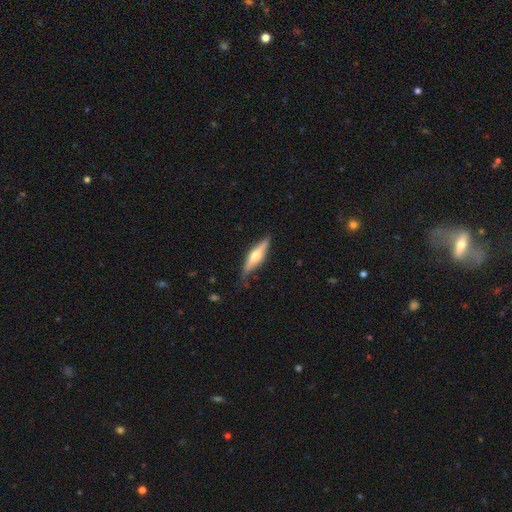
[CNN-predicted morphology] Smooth or featured? Predicted: featured or disk (p=0.63). Edge-on disk? Predicted: yes (p=0.93). Edge-on bulge? Predicted: rounded (p=0.92). Merging? Predicted: none (p=0.78).